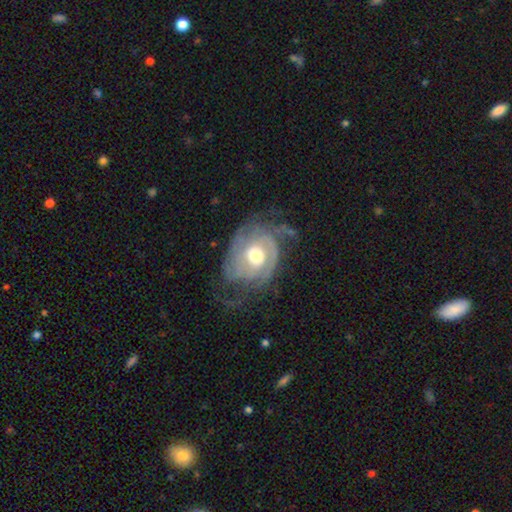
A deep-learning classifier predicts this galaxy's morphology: Smooth or featured? featured or disk (83%)
Edge-on disk? no (97%)
Bar? no (71%)
Spiral arms? yes (92%)
Spiral winding? tight (54%)
Spiral arm count? 2 (37%)
Bulge size? moderate (68%)
Merging? none (53%)